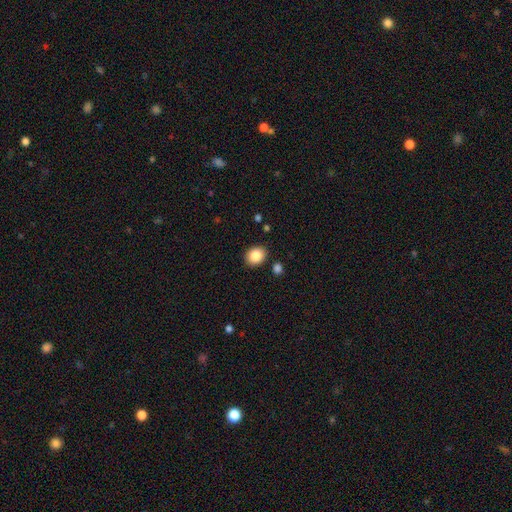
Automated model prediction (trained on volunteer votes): A smooth galaxy with no disk features (86%) that is round (50%, tied with in between).

Vote fractions:
- Smooth or featured? smooth: 86% / star or artifact: 8% / featured or disk: 6%
- How rounded? round: 50% (tied) / in between: 50% (tied) / cigar-shaped: 1%
- Merging? none: 87% / minor disturbance: 8% / merger: 3% / major disturbance: 2%